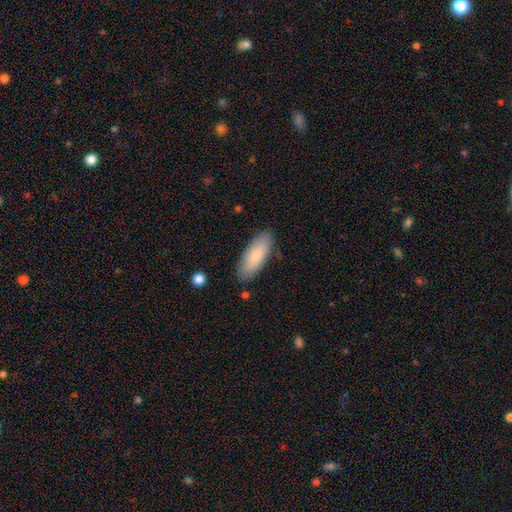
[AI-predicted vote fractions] The model was most divided on "how rounded": in between: 73%, cigar-shaped: 26%, round: 2%. More confident: merging — none (85%); smooth or featured — smooth (82%).